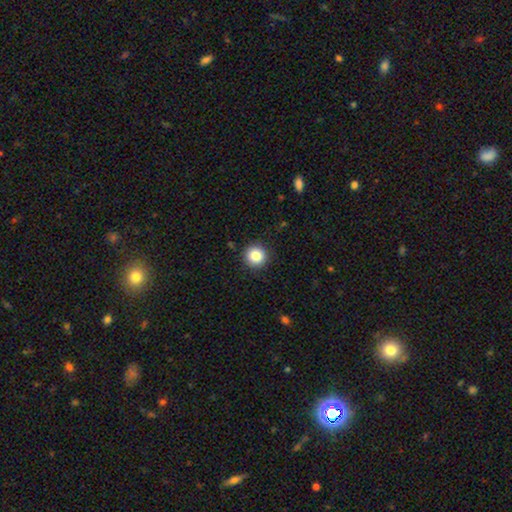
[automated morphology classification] Smooth or featured? Predicted: smooth (p=0.84). How rounded? Predicted: round (p=0.95). Merging? Predicted: none (p=0.91).